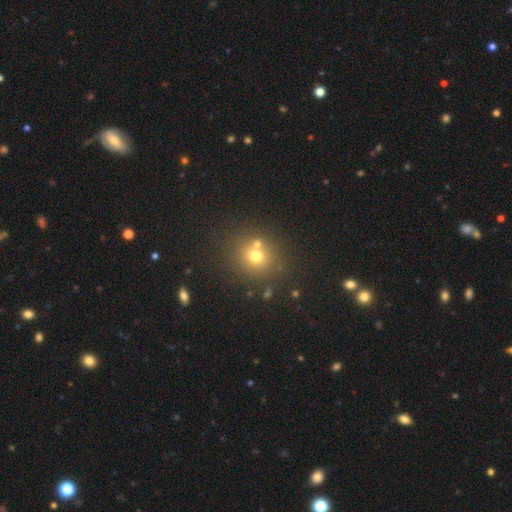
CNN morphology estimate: Q: Smooth or featured?
A: smooth (69%); runner-up: star or artifact (18%)
Q: How rounded?
A: round (85%); runner-up: in between (14%)
Q: Merging?
A: none (69%); runner-up: merger (18%)